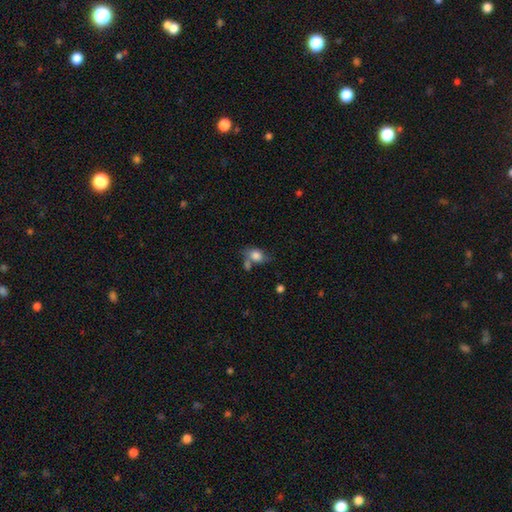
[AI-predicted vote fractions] A smooth galaxy with no disk features (76%) that is in between round and cigar-shaped (69%). Merging: none (43%).